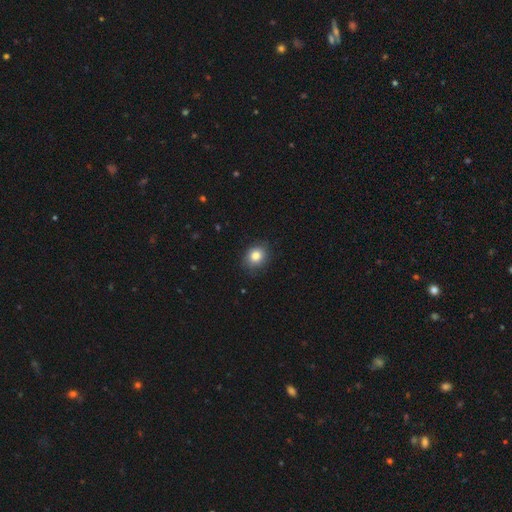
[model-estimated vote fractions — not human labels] A smooth galaxy with no disk features (84%) that is round (60%).

Vote fractions:
- Smooth or featured? smooth: 84% / star or artifact: 9% / featured or disk: 7%
- How rounded? round: 60% / in between: 39% / cigar-shaped: 1%
- Merging? none: 83% / minor disturbance: 13% / major disturbance: 3% / merger: 1%